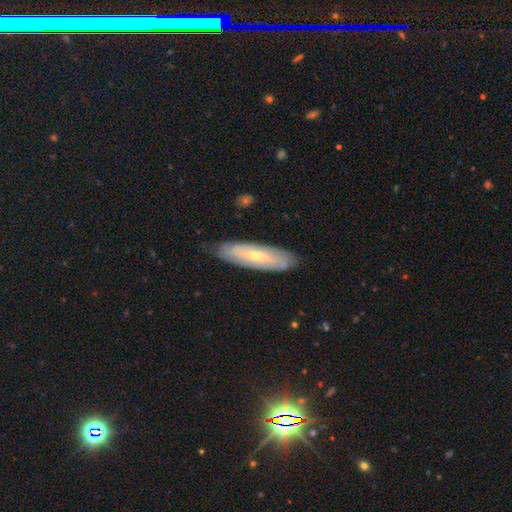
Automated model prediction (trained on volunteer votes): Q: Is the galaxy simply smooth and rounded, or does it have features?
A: featured or disk — 58%.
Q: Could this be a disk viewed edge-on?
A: no — 66%.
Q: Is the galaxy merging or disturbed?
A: none — 80%.